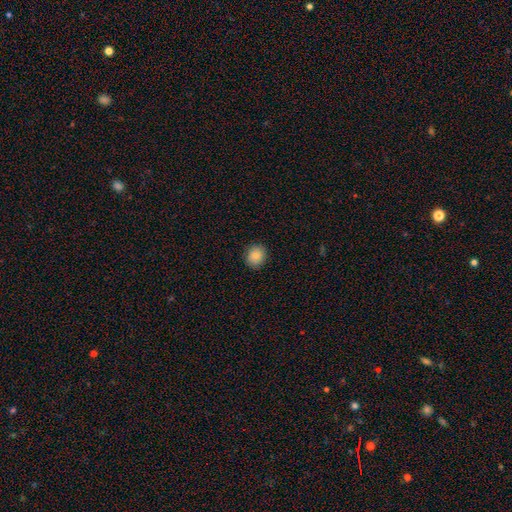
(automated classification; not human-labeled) Overall: smooth (86%). How rounded: round (79%). Merging: none (90%).